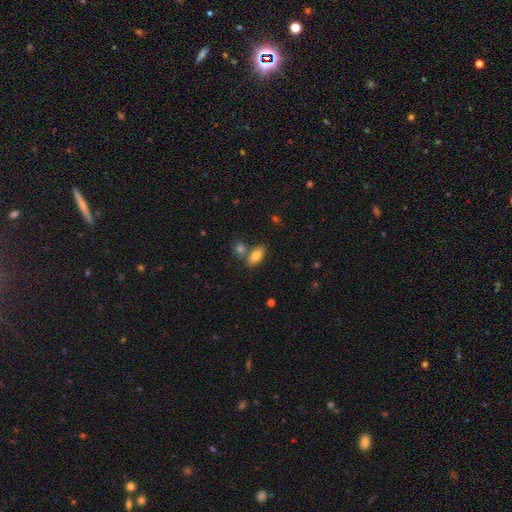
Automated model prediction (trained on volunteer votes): Smooth or featured? Predicted: smooth (p=0.82). How rounded? Predicted: in between (p=0.90). Merging? Predicted: none (p=0.60).